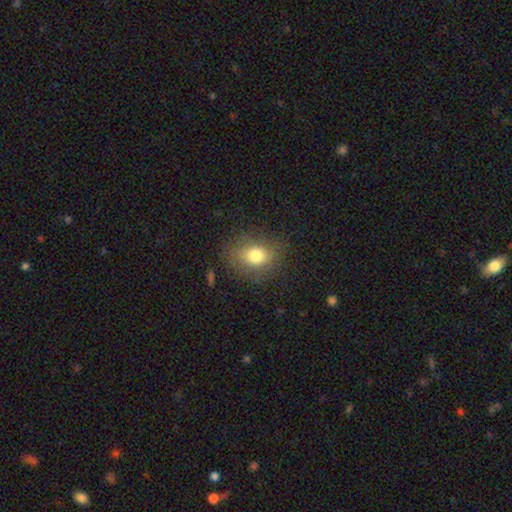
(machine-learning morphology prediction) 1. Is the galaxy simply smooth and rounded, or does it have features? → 78% smooth, 11% star or artifact, 11% featured or disk.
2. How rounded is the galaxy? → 52% round, 47% in between, 1% cigar-shaped.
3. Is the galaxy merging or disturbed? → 80% none, 13% minor disturbance, 5% major disturbance, 1% merger.